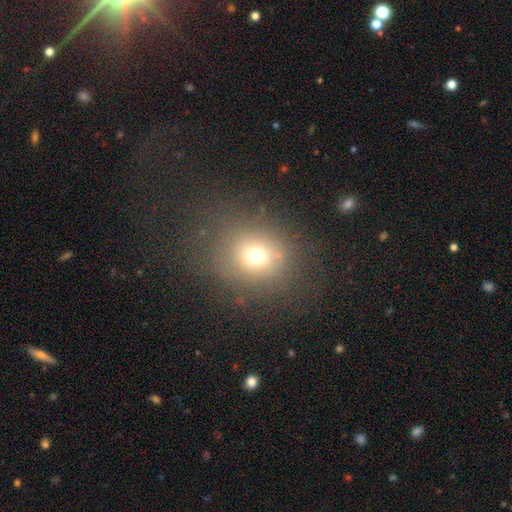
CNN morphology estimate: smooth 69%, star or artifact 19%, featured or disk 13%. Down the decision tree: how rounded — round (78%); merging — none (74%).